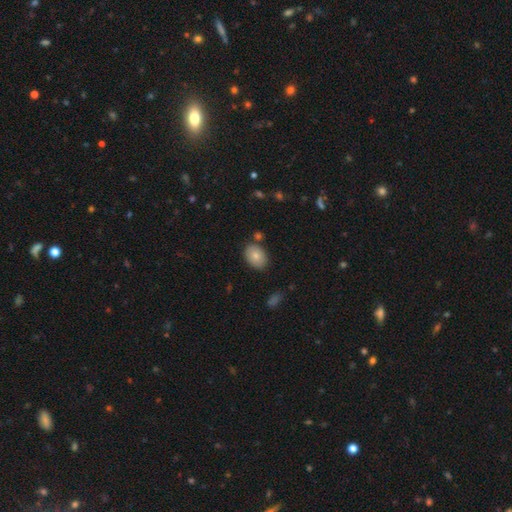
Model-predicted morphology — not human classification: Smooth or featured: smooth — 80% (featured or disk — 12%)
How rounded: in between — 73% (round — 26%)
Merging: none — 80% (minor disturbance — 12%)